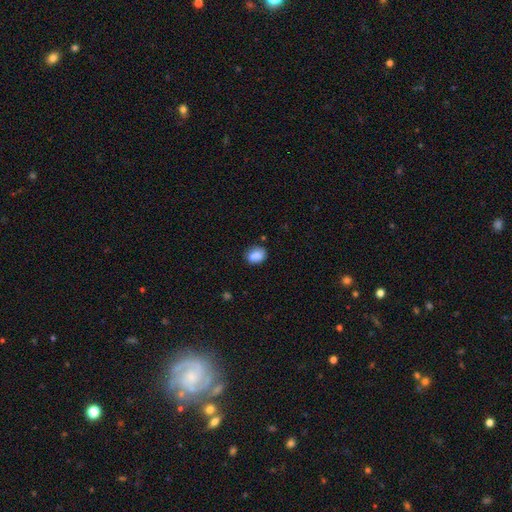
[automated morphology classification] smooth 82%, featured or disk 10%, star or artifact 9%. Down the decision tree: how rounded — round (51%); merging — none (62%).